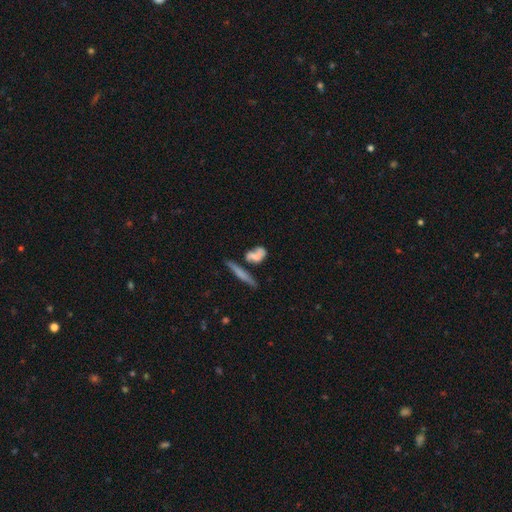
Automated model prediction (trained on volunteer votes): Q: Smooth or featured?
A: smooth (59%); runner-up: featured or disk (32%)
Q: How rounded?
A: in between (59%); runner-up: cigar-shaped (27%)
Q: Merging?
A: none (36%); runner-up: merger (33%)